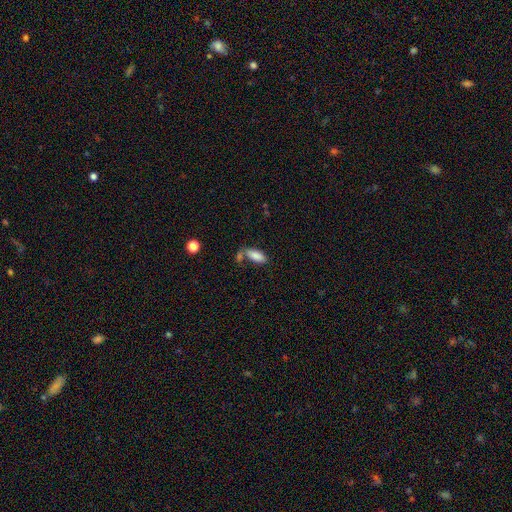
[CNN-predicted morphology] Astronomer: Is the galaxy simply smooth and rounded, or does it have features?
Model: smooth — 84%.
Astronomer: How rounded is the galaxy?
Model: in between — 82%.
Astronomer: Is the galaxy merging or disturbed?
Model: none — 53%.